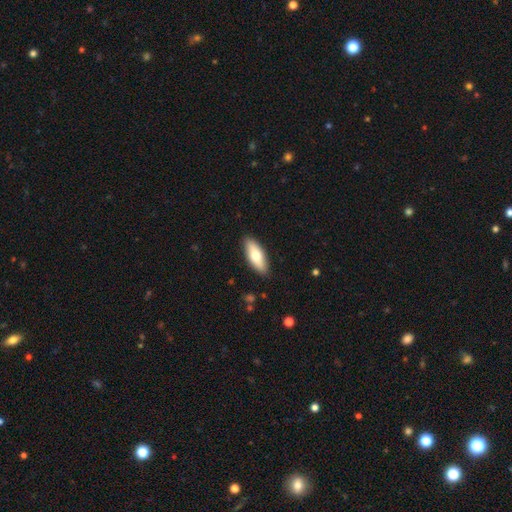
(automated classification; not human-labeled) The model was most divided on "smooth or featured": smooth: 69%, featured or disk: 26%, star or artifact: 5%. More confident: merging — none (89%); how rounded — in between (72%).